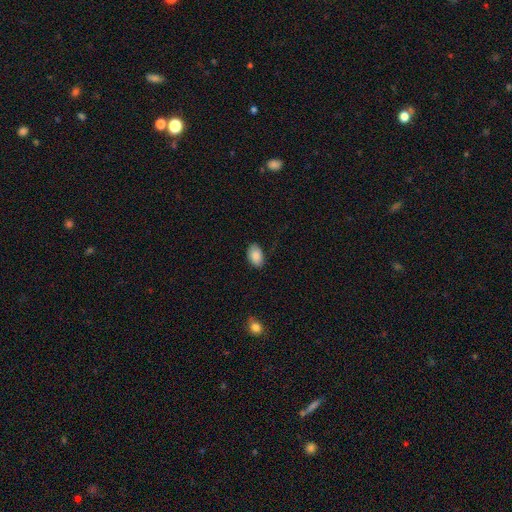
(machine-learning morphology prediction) smooth_or_featured: smooth (p=0.87) [alt: star or artifact p=0.07]
how_rounded: in between (p=0.90) [alt: round p=0.09]
merging: none (p=0.85) [alt: minor disturbance p=0.12]